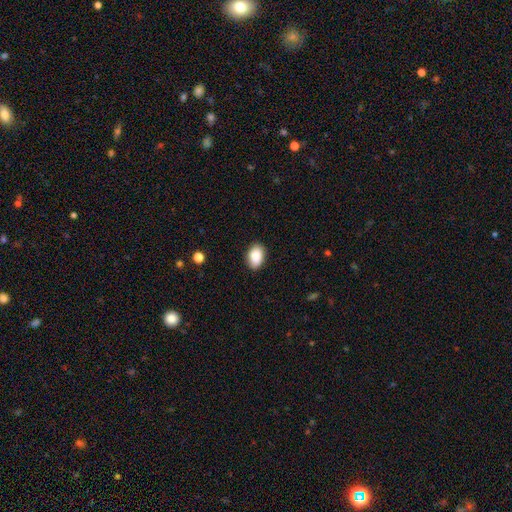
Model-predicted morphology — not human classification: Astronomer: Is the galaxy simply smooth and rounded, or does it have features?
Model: smooth — 86%.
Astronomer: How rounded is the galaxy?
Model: in between — 87%.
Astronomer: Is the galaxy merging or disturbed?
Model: none — 85%.